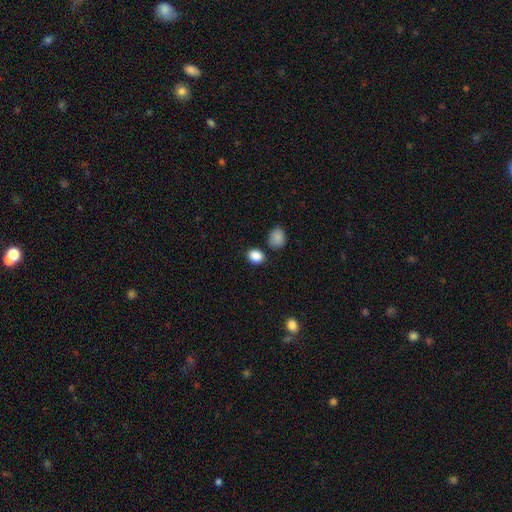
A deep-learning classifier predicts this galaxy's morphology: This appears to be a smooth galaxy with no disk features (87%) that is round (50%). Merging: none (76%).